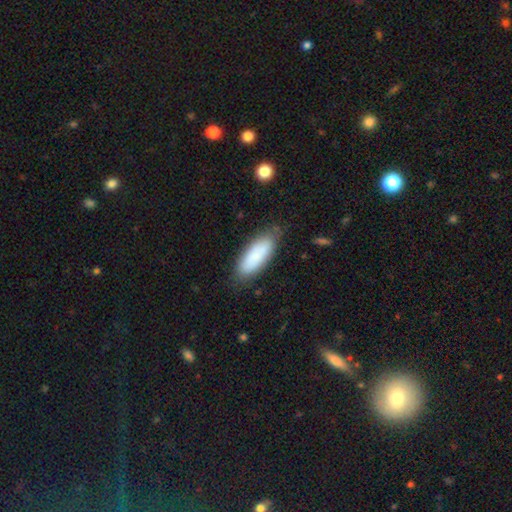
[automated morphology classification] Smooth or featured: smooth — 82% (featured or disk — 12%)
How rounded: in between — 70% (cigar-shaped — 28%)
Merging: none — 77% (minor disturbance — 17%)